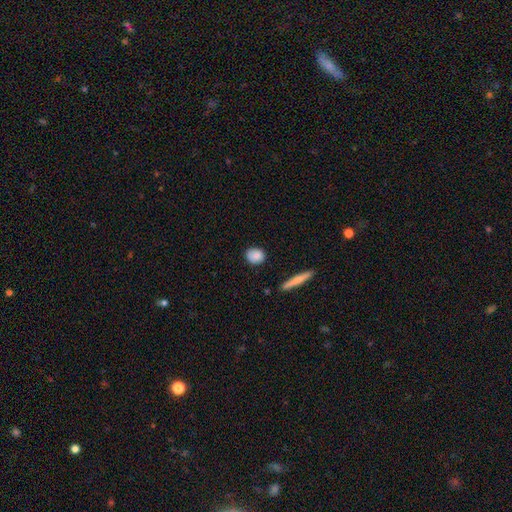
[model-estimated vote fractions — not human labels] Smooth or featured: smooth — 81% (featured or disk — 12%)
How rounded: round — 57% (in between — 39%)
Merging: none — 85% (minor disturbance — 11%)